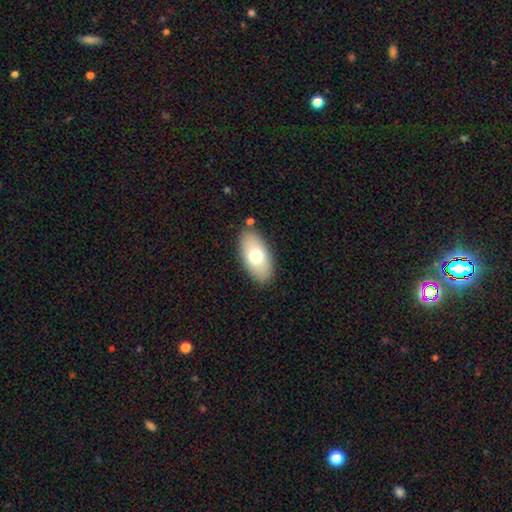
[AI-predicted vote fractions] Overall: smooth (69%). How rounded: in between (93%). Merging: none (85%).